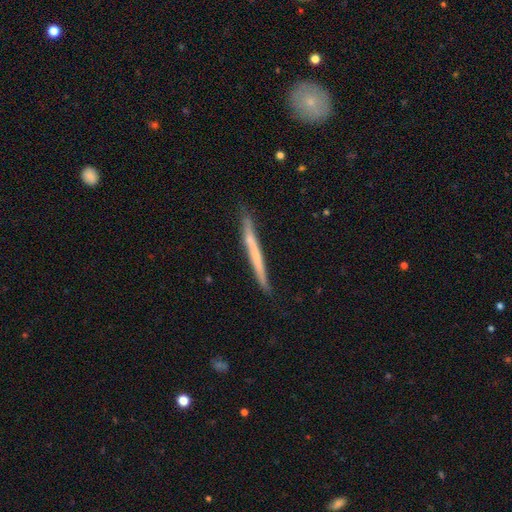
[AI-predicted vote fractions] smooth_or_featured: smooth (p=0.49) [alt: featured or disk p=0.46]
merging: none (p=0.83) [alt: minor disturbance p=0.13]